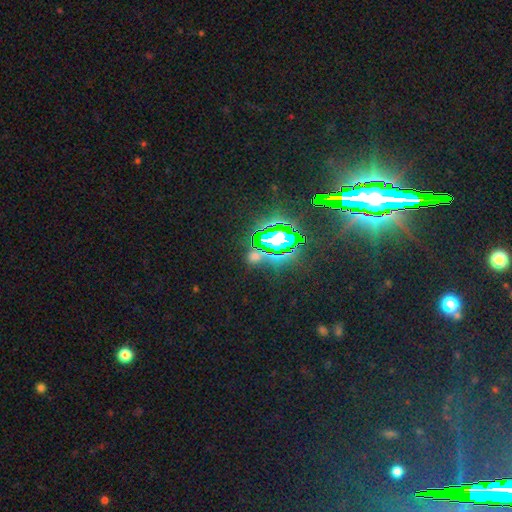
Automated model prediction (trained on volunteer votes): Smooth or featured? star or artifact (70%)